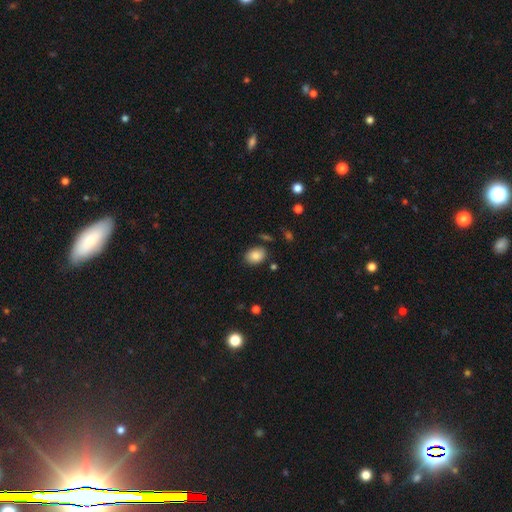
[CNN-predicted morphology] This is clearly a smooth galaxy (86%). How rounded: likely in between (70%). Merging: clearly none (82%).